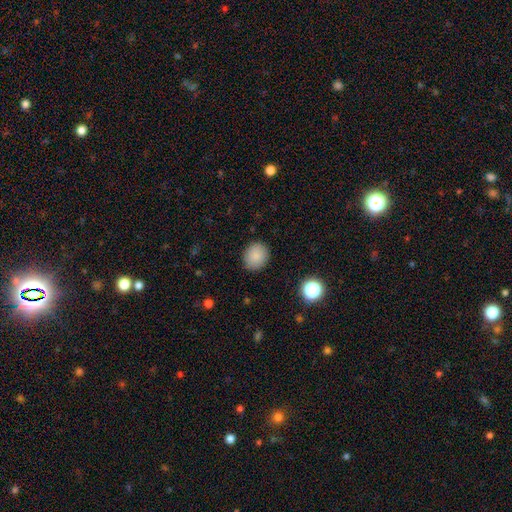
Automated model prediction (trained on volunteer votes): Q: Smooth or featured?
A: smooth (86%); runner-up: star or artifact (10%)
Q: How rounded?
A: round (73%); runner-up: in between (26%)
Q: Merging?
A: none (88%); runner-up: minor disturbance (8%)